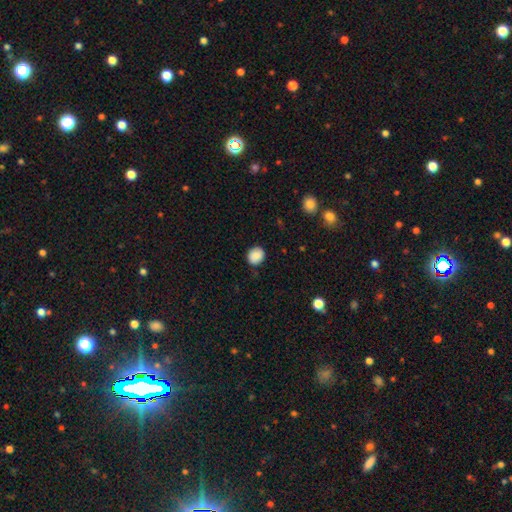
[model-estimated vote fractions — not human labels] This appears to be a smooth galaxy with no disk features (88%) that is round (71%). Merging: none (86%).